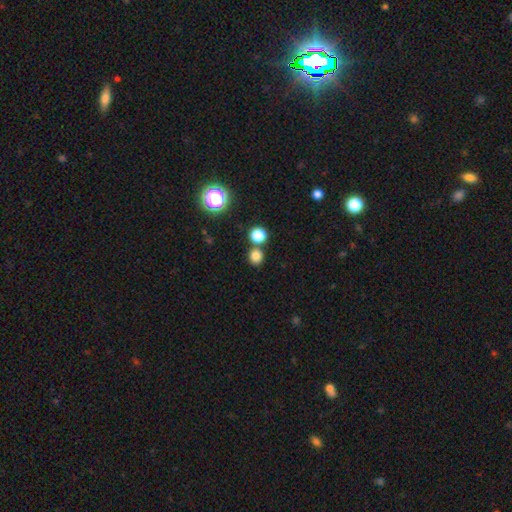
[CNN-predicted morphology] The model was most divided on "merging": none: 71%, merger: 19%, minor disturbance: 7%, major disturbance: 3%. More confident: how rounded — round (87%); smooth or featured — smooth (79%).